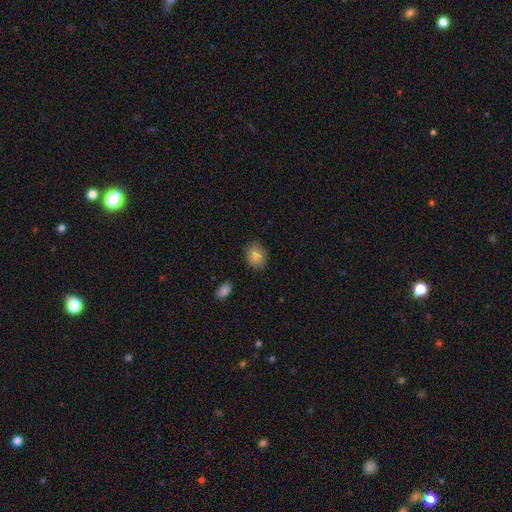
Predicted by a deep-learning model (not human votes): Q: Smooth or featured?
A: smooth (85%); runner-up: star or artifact (8%)
Q: How rounded?
A: round (59%); runner-up: in between (40%)
Q: Merging?
A: none (84%); runner-up: minor disturbance (11%)